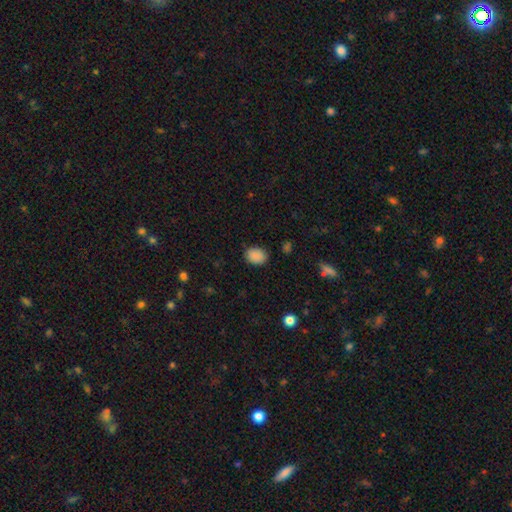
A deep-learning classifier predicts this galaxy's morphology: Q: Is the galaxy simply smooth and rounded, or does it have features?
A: smooth — 88%.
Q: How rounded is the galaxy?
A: in between — 63%.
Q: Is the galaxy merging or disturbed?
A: none — 83%.